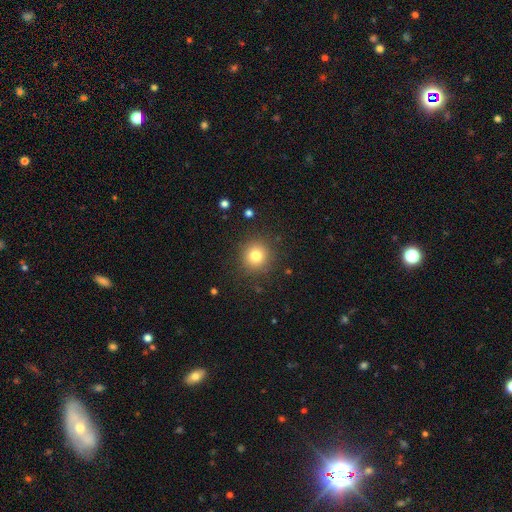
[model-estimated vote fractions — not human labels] Smooth or featured? Predicted: smooth (p=0.78). How rounded? Predicted: round (p=0.92). Merging? Predicted: none (p=0.89).